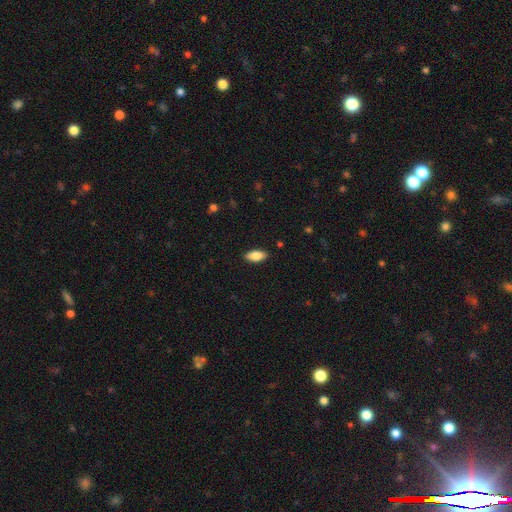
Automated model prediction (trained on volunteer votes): Overall: smooth (83%). How rounded: in between (88%). Merging: none (89%).